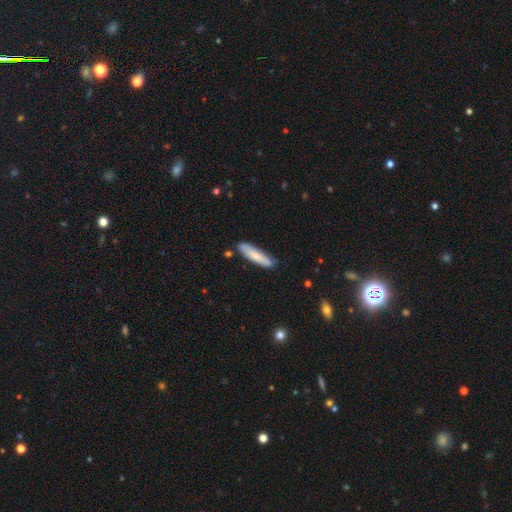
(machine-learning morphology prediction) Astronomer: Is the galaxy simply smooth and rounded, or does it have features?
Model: smooth — 77%.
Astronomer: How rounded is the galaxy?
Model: cigar-shaped — 76%.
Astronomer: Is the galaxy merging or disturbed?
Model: none — 79%.